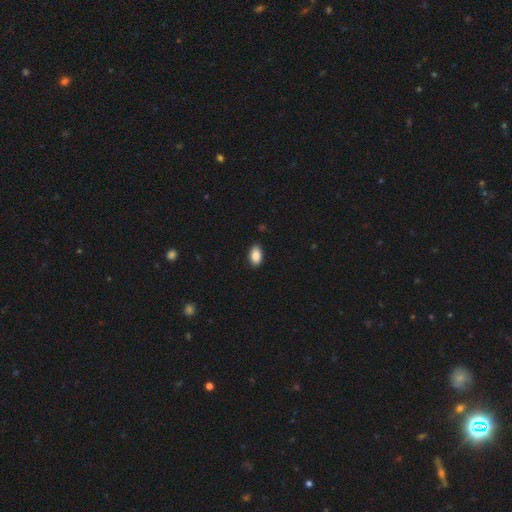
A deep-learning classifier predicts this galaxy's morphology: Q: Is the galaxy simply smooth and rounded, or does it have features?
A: smooth — 89%.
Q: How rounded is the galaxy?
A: in between — 93%.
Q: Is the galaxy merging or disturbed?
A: none — 87%.